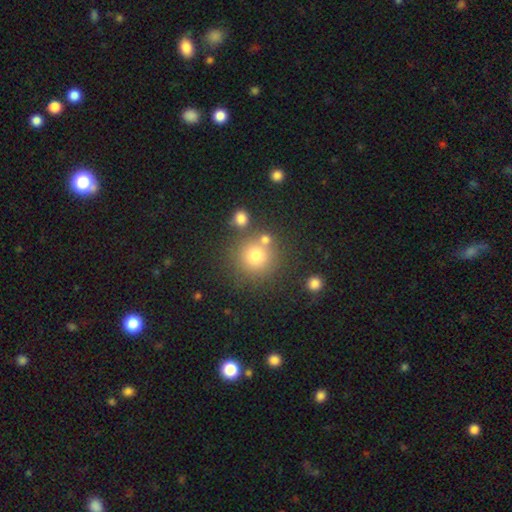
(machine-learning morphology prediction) type=smooth (75%); roundness=round (93%); merging=none (72%).